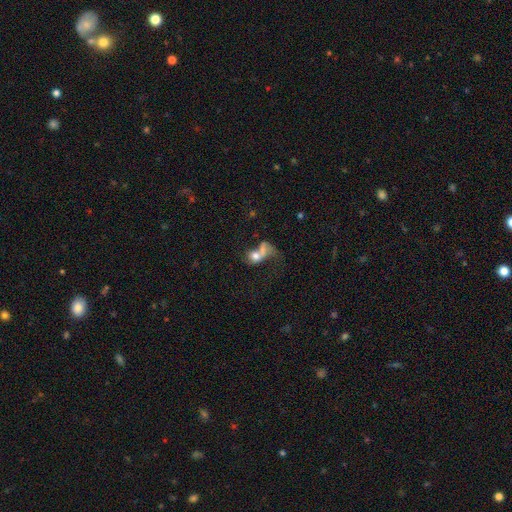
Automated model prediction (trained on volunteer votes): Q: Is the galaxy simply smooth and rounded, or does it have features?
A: smooth — 61%.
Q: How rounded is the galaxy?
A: in between — 54%.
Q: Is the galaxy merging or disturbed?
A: merger — 57%.